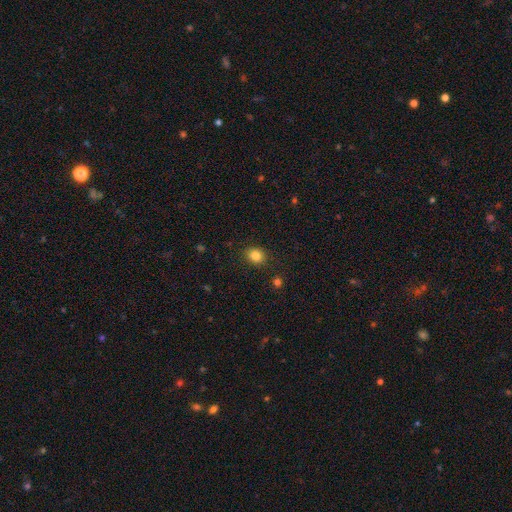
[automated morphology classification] Q: Smooth or featured?
A: smooth (83%); runner-up: star or artifact (11%)
Q: How rounded?
A: round (59%); runner-up: in between (40%)
Q: Merging?
A: none (88%); runner-up: minor disturbance (8%)